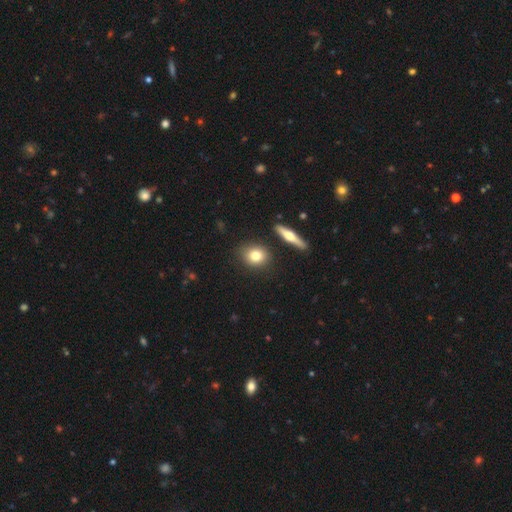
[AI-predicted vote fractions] Morphology: type=smooth (78%); roundness=round (59%); merging=none (84%).